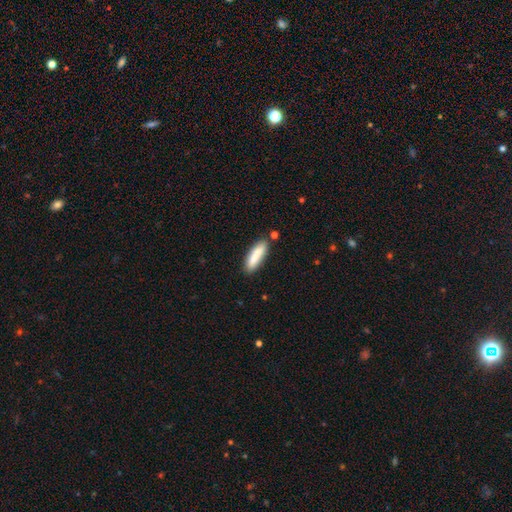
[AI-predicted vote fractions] smooth_or_featured: smooth (p=0.83) [alt: featured or disk p=0.11]
how_rounded: cigar-shaped (p=0.66) [alt: in between p=0.33]
merging: none (p=0.80) [alt: minor disturbance p=0.13]